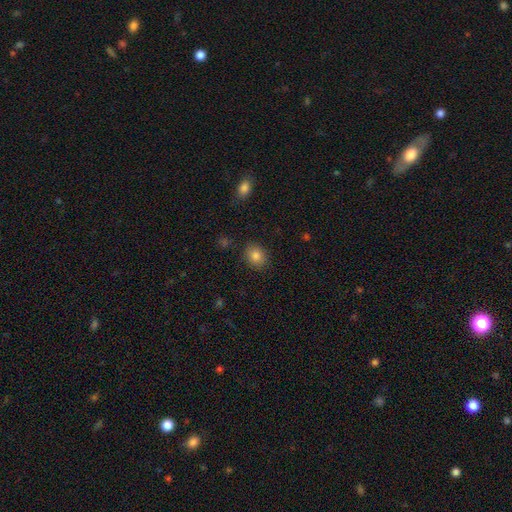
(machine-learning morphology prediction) The model was most divided on "how rounded": round: 59%, in between: 40%, cigar-shaped: 1%. More confident: merging — none (88%); smooth or featured — smooth (83%).